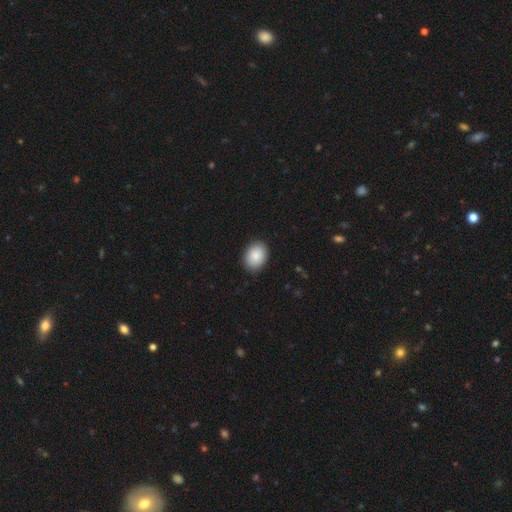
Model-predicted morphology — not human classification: Q: Smooth or featured?
A: smooth (87%); runner-up: star or artifact (7%)
Q: How rounded?
A: in between (68%); runner-up: round (31%)
Q: Merging?
A: none (89%); runner-up: minor disturbance (8%)